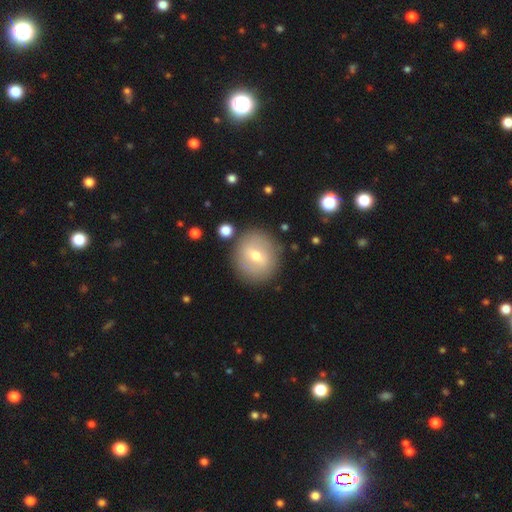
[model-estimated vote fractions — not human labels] Q: Smooth or featured?
A: smooth (47%); runner-up: featured or disk (44%)
Q: Merging?
A: none (85%); runner-up: minor disturbance (9%)